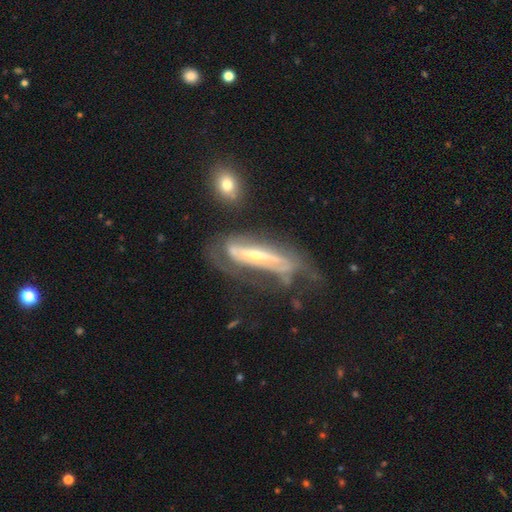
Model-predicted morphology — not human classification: type=featured or disk (80%); edge-on=no (62%); merging=none (37%).